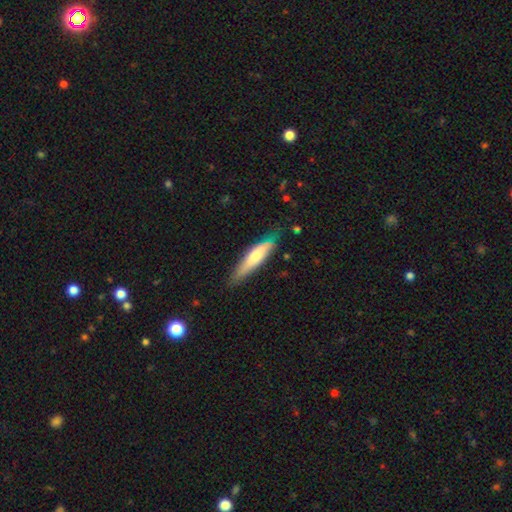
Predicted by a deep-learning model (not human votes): Smooth or featured? Predicted: smooth (p=0.61). How rounded? Predicted: cigar-shaped (p=0.78). Merging? Predicted: none (p=0.72).